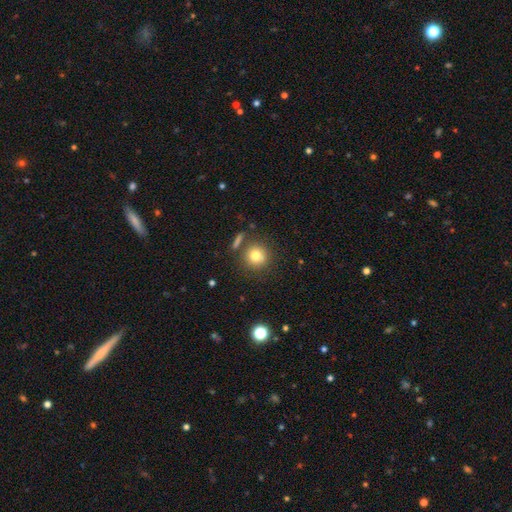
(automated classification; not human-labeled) Overall: smooth (78%). How rounded: round (91%). Merging: none (78%).